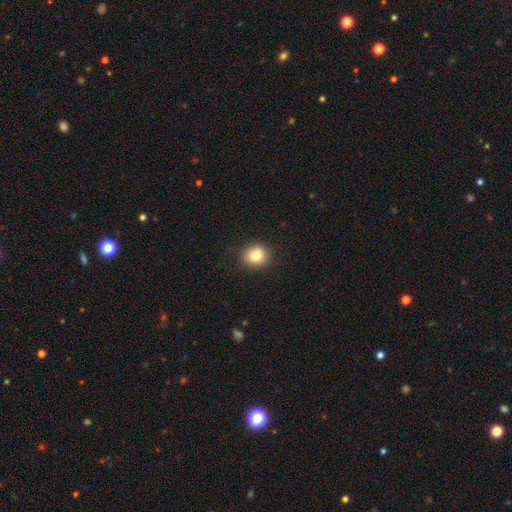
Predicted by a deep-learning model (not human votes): Overall: smooth (81%). How rounded: round (80%). Merging: none (86%).